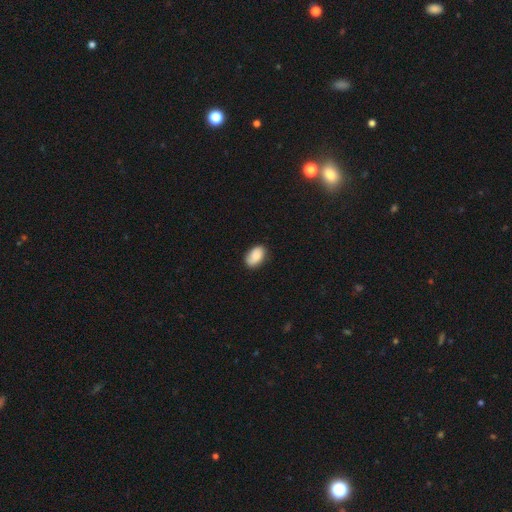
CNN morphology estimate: smooth_or_featured: smooth (p=0.86) [alt: featured or disk p=0.07]
how_rounded: in between (p=0.91) [alt: round p=0.08]
merging: none (p=0.83) [alt: minor disturbance p=0.13]